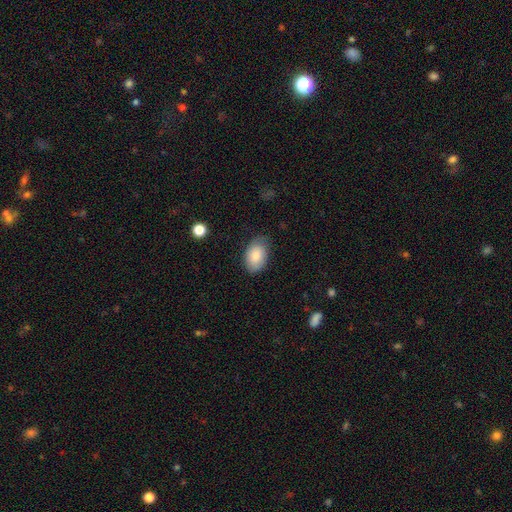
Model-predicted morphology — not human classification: Overall: smooth (85%). How rounded: in between (90%). Merging: none (71%).